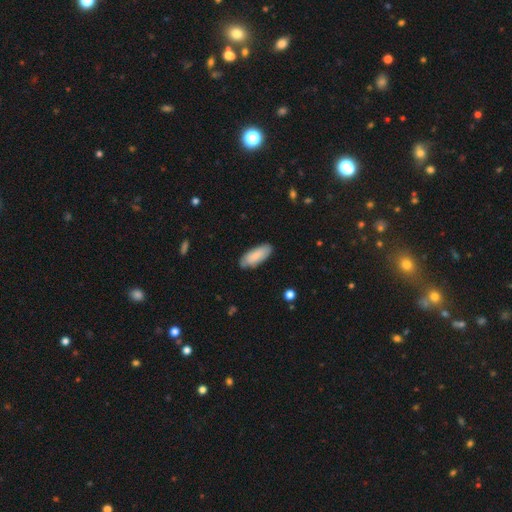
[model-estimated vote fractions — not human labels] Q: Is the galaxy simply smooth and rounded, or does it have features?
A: smooth — 81%.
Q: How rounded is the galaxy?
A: in between — 80%.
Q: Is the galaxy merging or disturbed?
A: none — 77%.